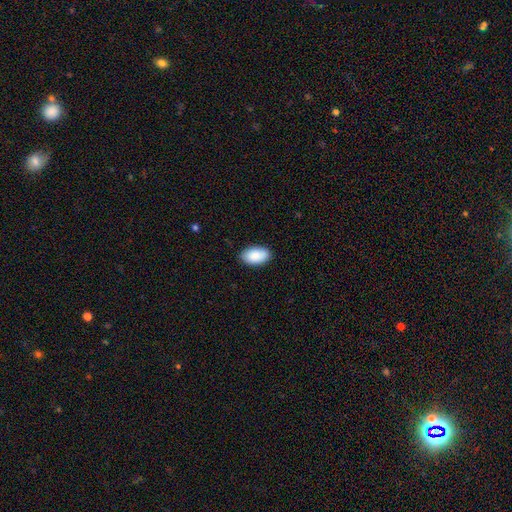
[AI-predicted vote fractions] This is clearly a smooth galaxy (90%). How rounded: clearly in between (96%). Merging: clearly none (87%).